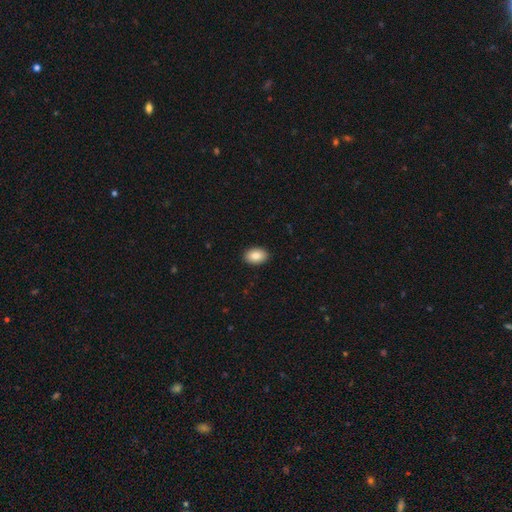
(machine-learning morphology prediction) The model was most divided on "how rounded": in between: 85%, round: 14%, cigar-shaped: 1%. More confident: merging — none (91%); smooth or featured — smooth (86%).